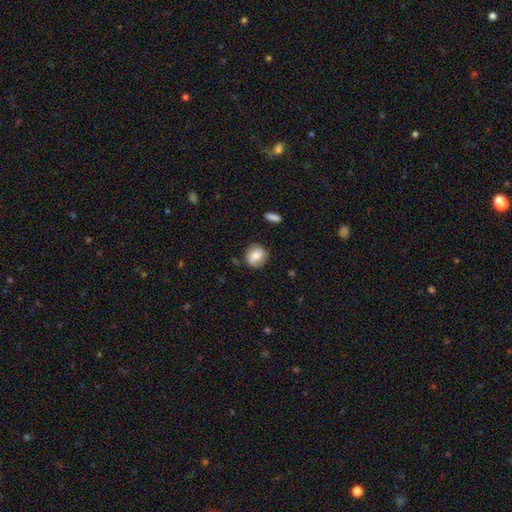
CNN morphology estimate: type=smooth (69%); roundness=round (76%); merging=none (79%).